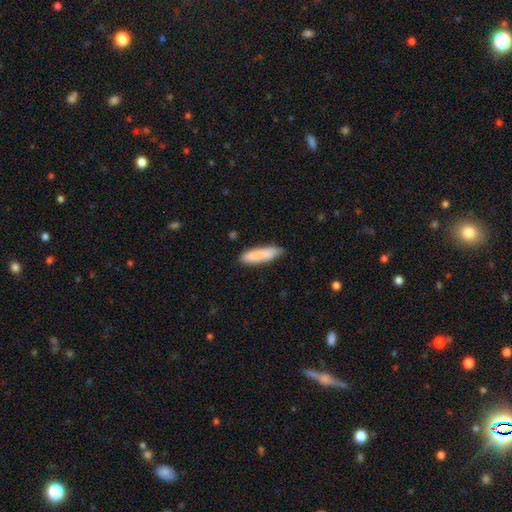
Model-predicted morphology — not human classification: smooth 86%, featured or disk 8%, star or artifact 6%. Down the decision tree: how rounded — cigar-shaped (66%); merging — none (79%).